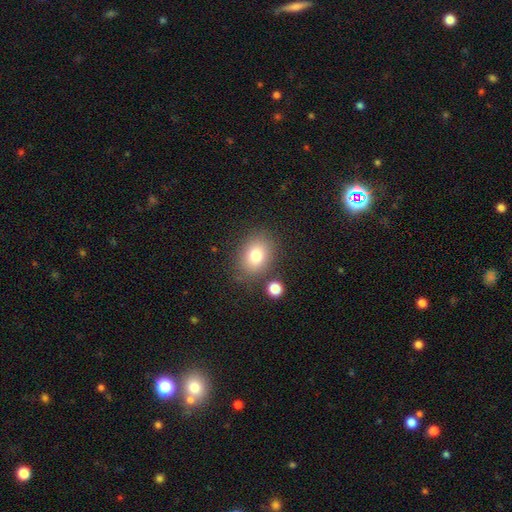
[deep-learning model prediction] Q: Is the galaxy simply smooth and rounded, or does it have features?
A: smooth — 80%.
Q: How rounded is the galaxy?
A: in between — 64%.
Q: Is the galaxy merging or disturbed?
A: none — 77%.